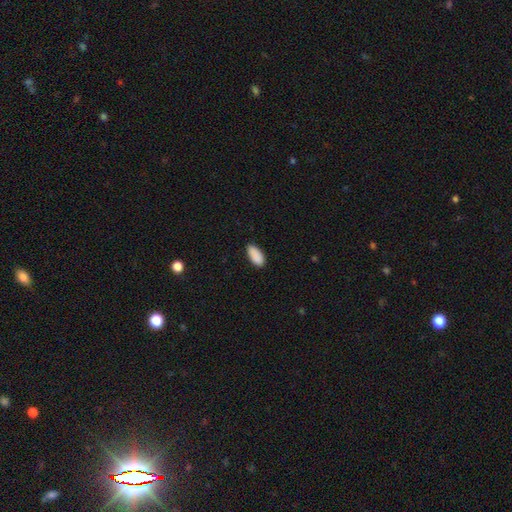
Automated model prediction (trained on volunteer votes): Smooth or featured: smooth — 90% (star or artifact — 7%)
How rounded: in between — 91% (cigar-shaped — 7%)
Merging: none — 83% (minor disturbance — 13%)